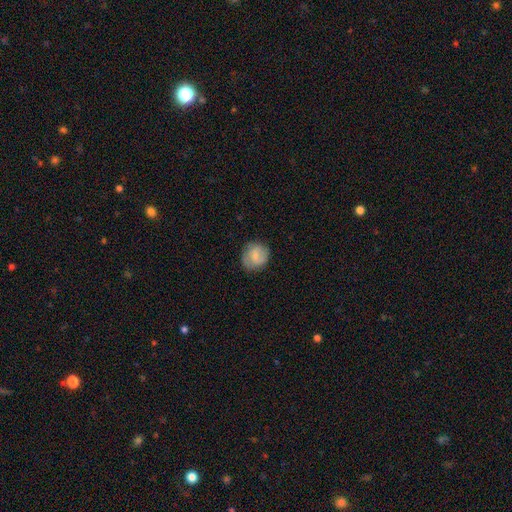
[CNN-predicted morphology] Q: Smooth or featured?
A: smooth (66%); runner-up: featured or disk (27%)
Q: How rounded?
A: round (80%); runner-up: in between (19%)
Q: Merging?
A: none (78%); runner-up: minor disturbance (16%)